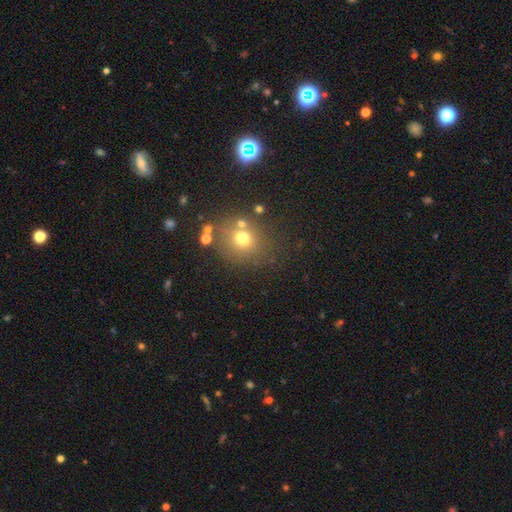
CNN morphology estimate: type=smooth (51%); roundness=round (81%); merging=none (76%).